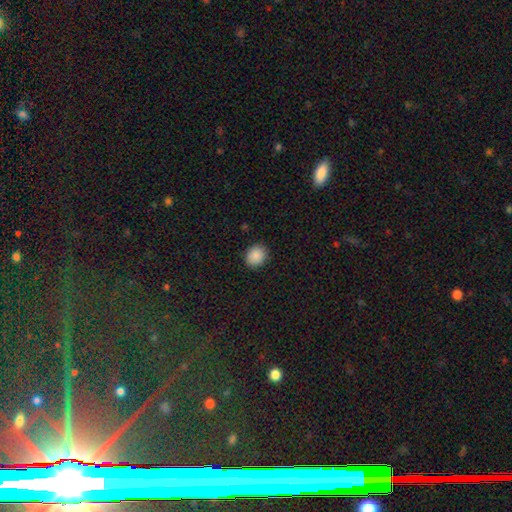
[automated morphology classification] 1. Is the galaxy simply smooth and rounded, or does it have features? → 89% smooth, 8% star or artifact, 3% featured or disk.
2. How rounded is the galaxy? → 66% round, 33% in between, 1% cigar-shaped.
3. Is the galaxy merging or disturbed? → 89% none, 8% minor disturbance, 2% major disturbance, 1% merger.